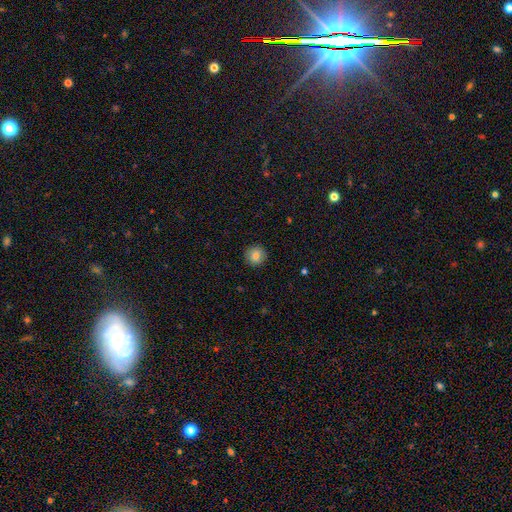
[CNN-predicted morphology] smooth 81%, featured or disk 9%, star or artifact 9%. Down the decision tree: how rounded — round (93%); merging — none (90%).